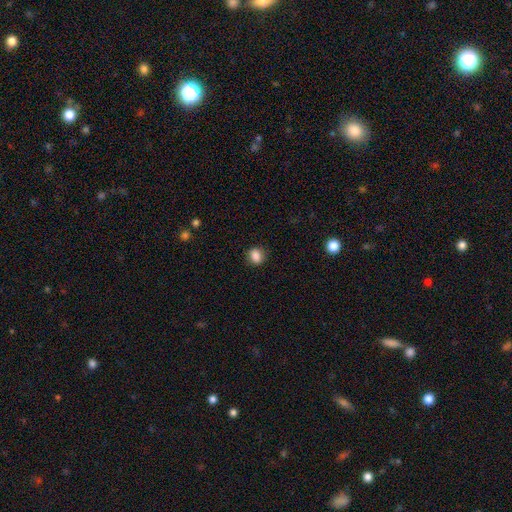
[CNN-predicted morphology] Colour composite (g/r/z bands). It shows a smooth galaxy with no disk features (86%) that is round (60%). Merging: none (86%).